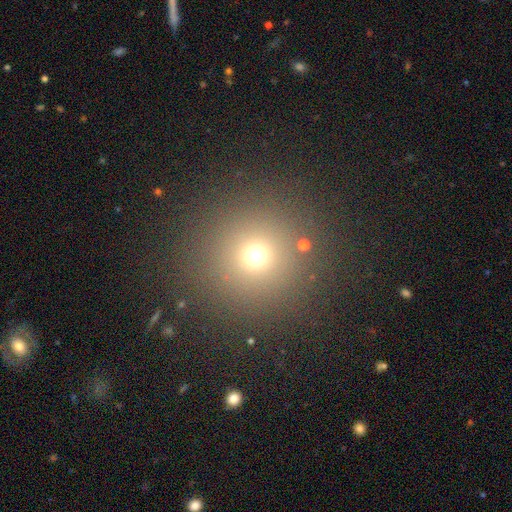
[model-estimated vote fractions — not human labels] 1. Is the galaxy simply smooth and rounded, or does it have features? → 67% smooth, 25% star or artifact, 8% featured or disk.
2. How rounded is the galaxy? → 95% round, 4% in between, 1% cigar-shaped.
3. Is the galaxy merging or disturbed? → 87% none, 6% minor disturbance, 4% major disturbance, 3% merger.